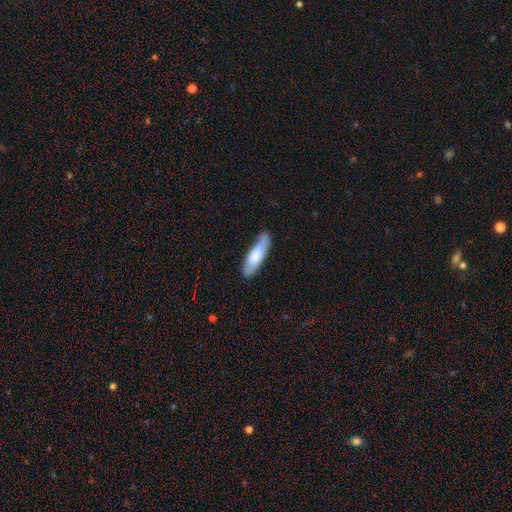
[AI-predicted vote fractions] A smooth galaxy with no disk features (73%) that is cigar-shaped (56%). Merging: none (70%).